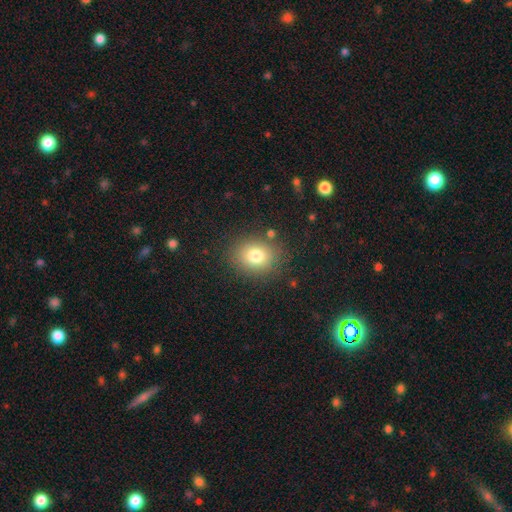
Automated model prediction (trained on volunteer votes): This is likely a smooth galaxy (78%). How rounded: likely round (62%). Merging: clearly none (83%).